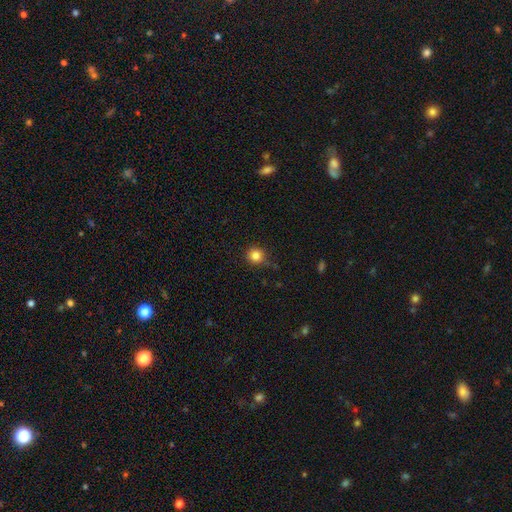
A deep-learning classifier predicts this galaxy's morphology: Smooth or featured? Predicted: smooth (p=0.83). How rounded? Predicted: round (p=0.93). Merging? Predicted: none (p=0.82).